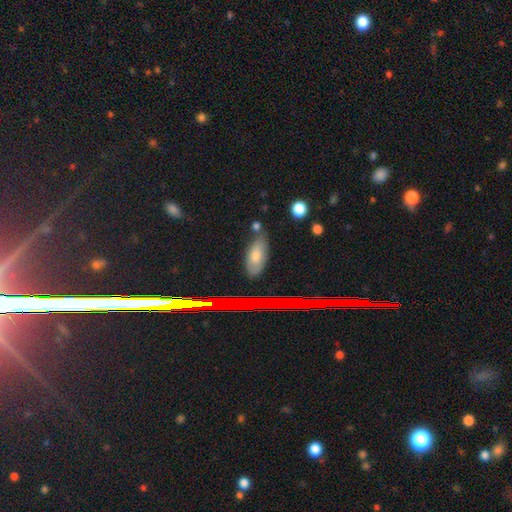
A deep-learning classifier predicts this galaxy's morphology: smooth 68%, featured or disk 16%, star or artifact 15%. Down the decision tree: how rounded — in between (78%); merging — none (74%).